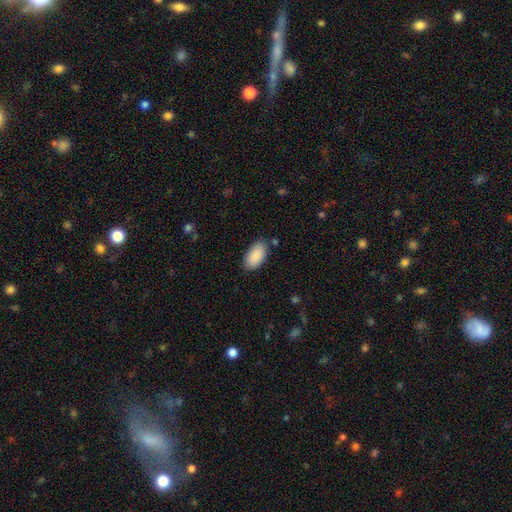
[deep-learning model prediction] Q: Smooth or featured?
A: smooth (90%); runner-up: star or artifact (6%)
Q: How rounded?
A: in between (95%); runner-up: cigar-shaped (3%)
Q: Merging?
A: none (82%); runner-up: minor disturbance (13%)